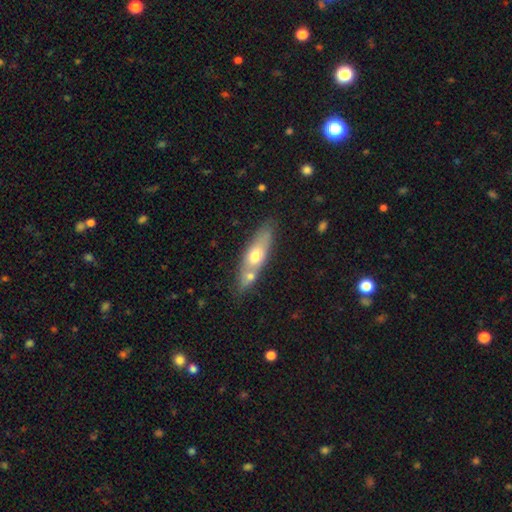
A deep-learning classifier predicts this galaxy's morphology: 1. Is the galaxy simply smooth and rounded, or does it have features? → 56% smooth, 37% featured or disk, 6% star or artifact.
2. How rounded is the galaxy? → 49% cigar-shaped, 47% in between, 4% round.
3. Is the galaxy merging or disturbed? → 54% none, 28% merger, 13% minor disturbance, 4% major disturbance.